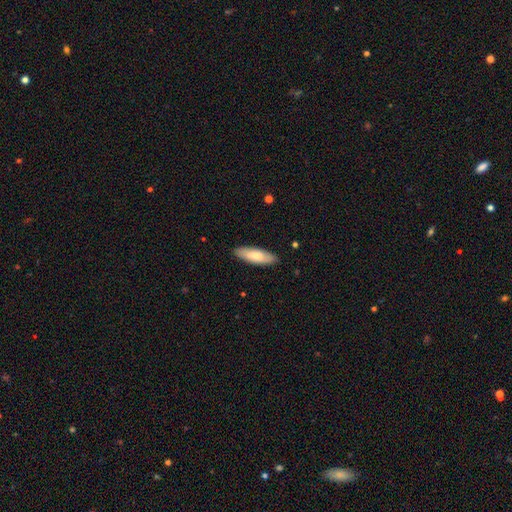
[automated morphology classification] smooth-or-featured: smooth: 78% | featured or disk: 17% | star or artifact: 5%
  how-rounded: in between: 57% | cigar-shaped: 41% | round: 2%
  merging: none: 89% | minor disturbance: 9% | major disturbance: 2% | merger: 1%